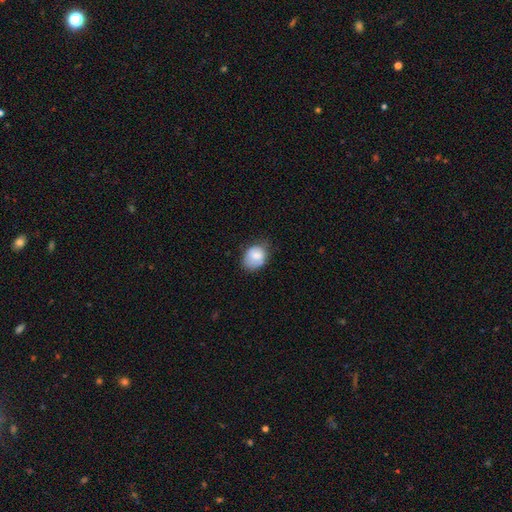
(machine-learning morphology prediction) smooth-or-featured: smooth: 81% | featured or disk: 11% | star or artifact: 8%
  how-rounded: in between: 59% | round: 40% | cigar-shaped: 1%
  merging: none: 55% | minor disturbance: 34% | major disturbance: 9% | merger: 2%